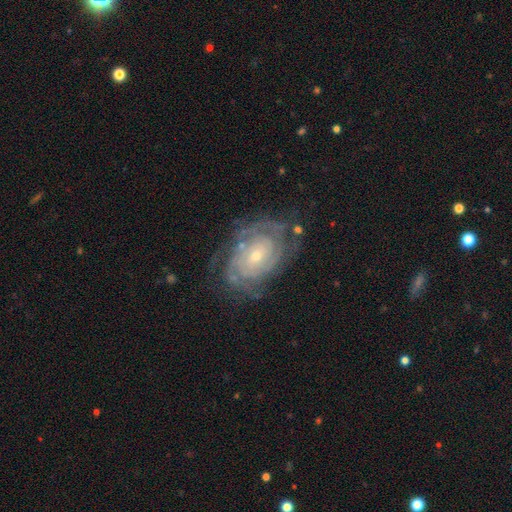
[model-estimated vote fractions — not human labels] featured or disk 85%, smooth 9%, star or artifact 6%. Down the decision tree: edge-on disk — no (96%); bar — no (72%); spiral arms — yes (93%); spiral arm count — can't tell (41%); spiral winding — tight (76%); bulge size — small (64%); merging — none (68%).